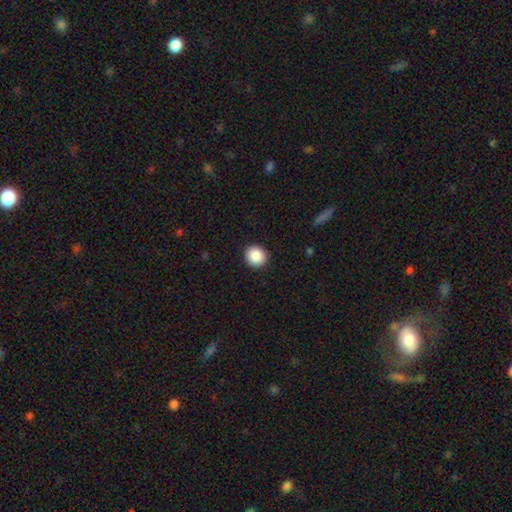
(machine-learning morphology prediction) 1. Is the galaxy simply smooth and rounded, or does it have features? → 89% smooth, 8% star or artifact, 3% featured or disk.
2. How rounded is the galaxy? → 90% round, 9% in between, 1% cigar-shaped.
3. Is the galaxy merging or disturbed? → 93% none, 5% minor disturbance, 2% major disturbance, 1% merger.